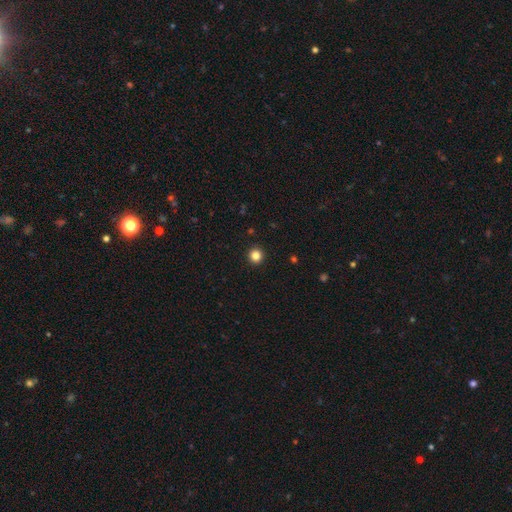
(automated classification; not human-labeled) The model was most divided on "smooth or featured": smooth: 84%, star or artifact: 12%, featured or disk: 4%. More confident: how rounded — round (95%); merging — none (94%).